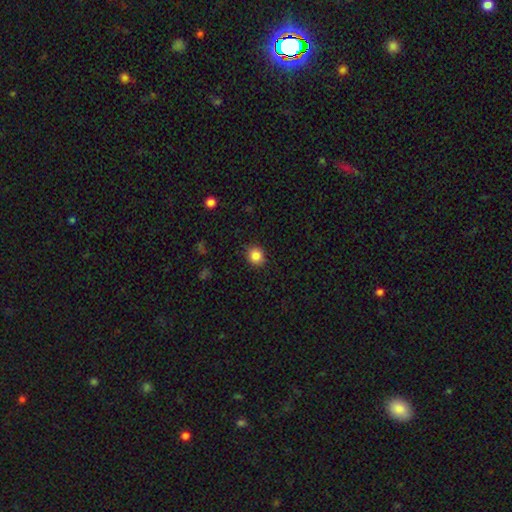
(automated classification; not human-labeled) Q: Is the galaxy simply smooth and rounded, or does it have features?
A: smooth — 85%.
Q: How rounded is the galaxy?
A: round — 80%.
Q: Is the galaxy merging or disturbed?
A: none — 89%.